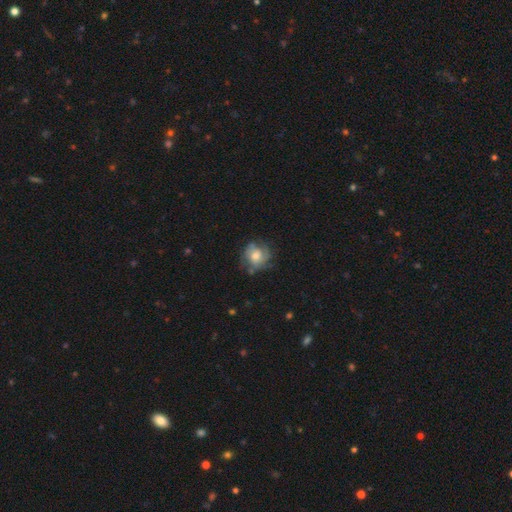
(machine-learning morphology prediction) Smooth or featured? featured or disk (46%)
Merging? none (63%)